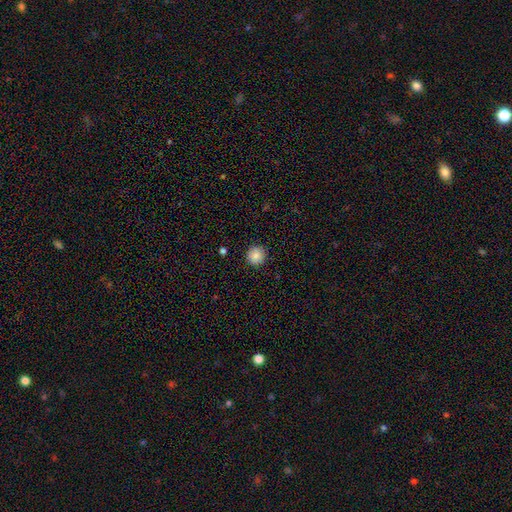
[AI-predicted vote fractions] smooth 87%, star or artifact 9%, featured or disk 4%. Down the decision tree: how rounded — round (94%); merging — none (91%).